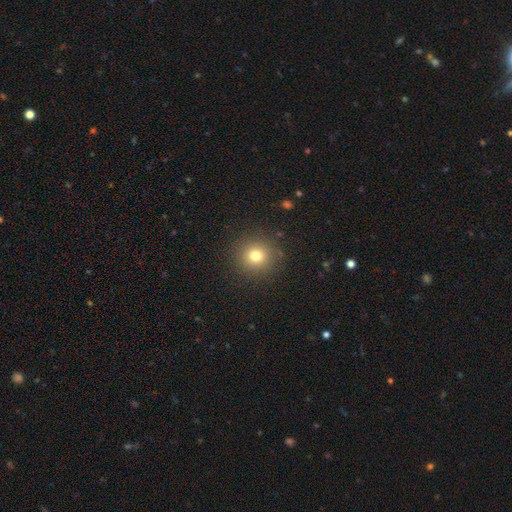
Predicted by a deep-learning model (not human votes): Smooth or featured: smooth — 76% (star or artifact — 15%)
How rounded: round — 94% (in between — 5%)
Merging: none — 90% (minor disturbance — 6%)